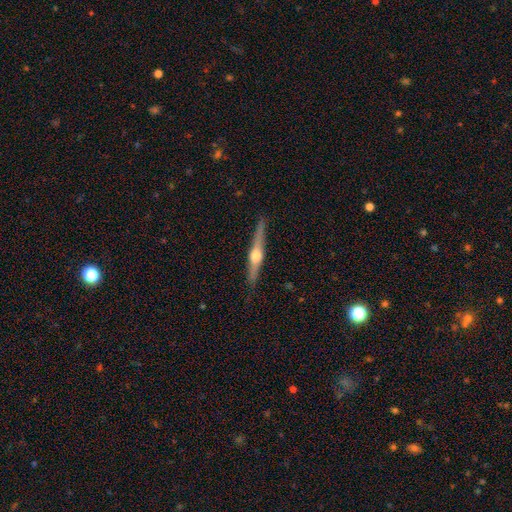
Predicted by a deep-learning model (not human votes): Morphology: type=featured or disk (79%); edge-on=yes (98%); edge-on bulge=rounded (95%); merging=none (90%).